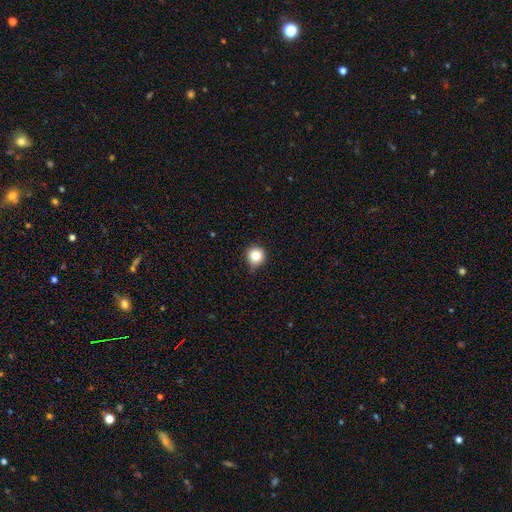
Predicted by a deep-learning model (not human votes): Smooth or featured? smooth (83%)
How rounded? round (95%)
Merging? none (79%)